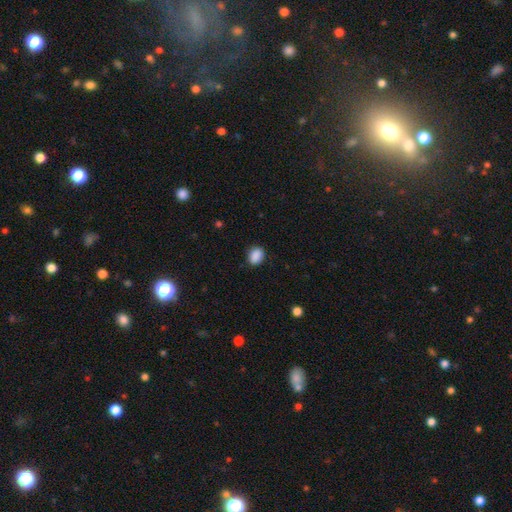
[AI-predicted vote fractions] Smooth or featured: smooth — 89% (star or artifact — 9%)
How rounded: in between — 57% (round — 42%)
Merging: none — 86% (minor disturbance — 11%)